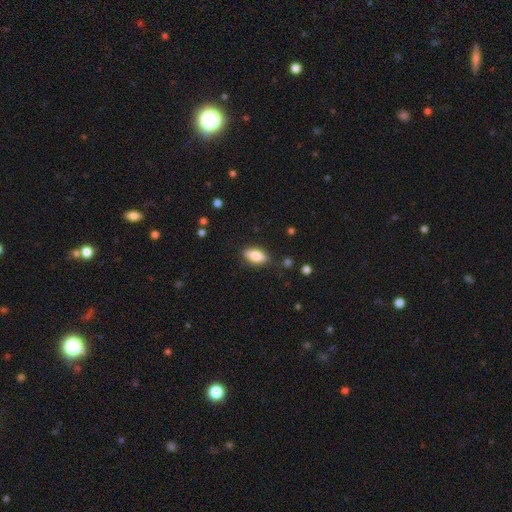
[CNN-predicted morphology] A smooth galaxy with no disk features (81%) that is in between round and cigar-shaped (85%). Merging: none (83%).